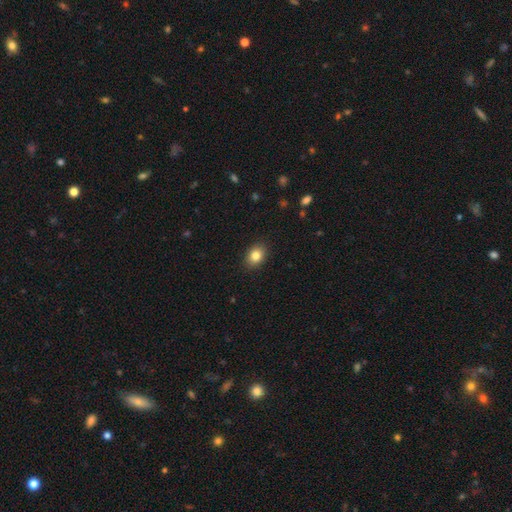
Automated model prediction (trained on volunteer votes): The model was most divided on "how rounded": in between: 68%, round: 31%, cigar-shaped: 1%. More confident: merging — none (89%); smooth or featured — smooth (83%).